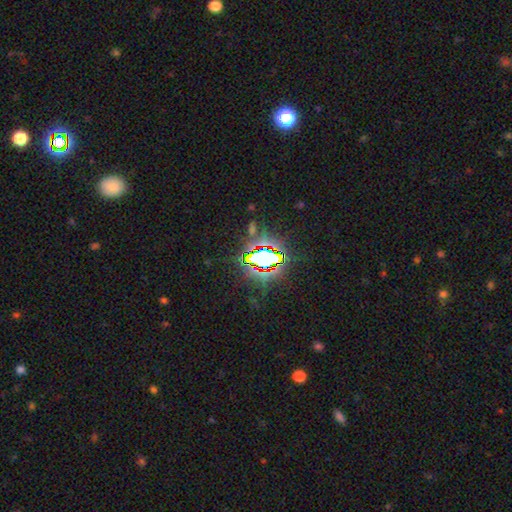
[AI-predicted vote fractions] This is clearly a star or artifact rather than a galaxy (83%).